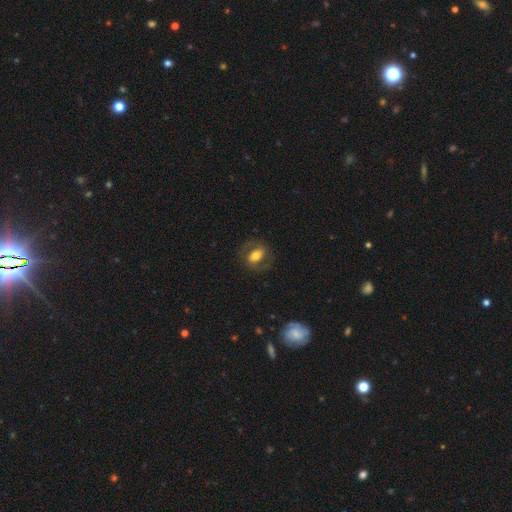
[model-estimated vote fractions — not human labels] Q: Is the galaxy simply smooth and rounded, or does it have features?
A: featured or disk — 50%.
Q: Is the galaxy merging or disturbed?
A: none — 74%.